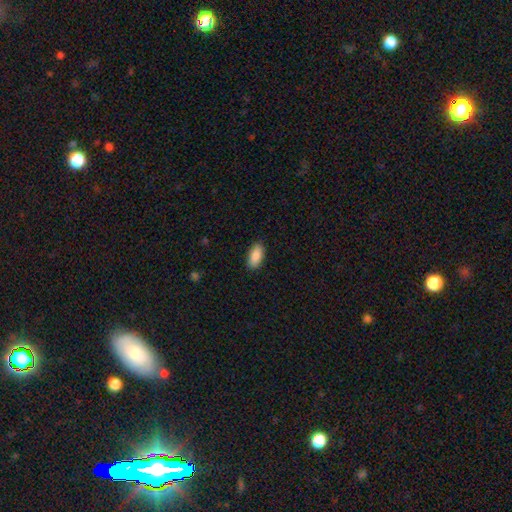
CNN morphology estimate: This appears to be a smooth galaxy with no disk features (89%) that is in between round and cigar-shaped (91%). Merging: none (89%).